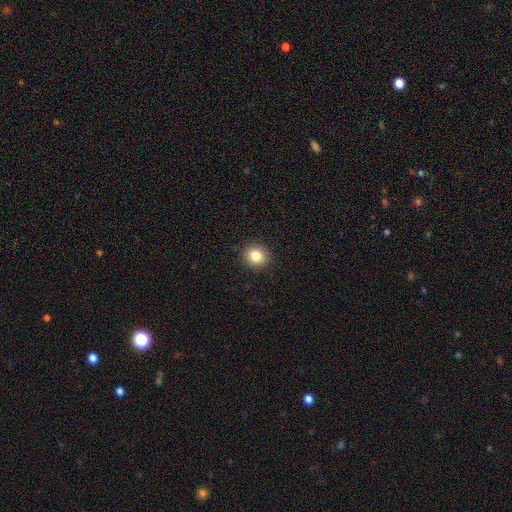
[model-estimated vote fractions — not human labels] A smooth galaxy with no disk features (84%) that is round (87%).

Vote fractions:
- Smooth or featured? smooth: 84% / star or artifact: 11% / featured or disk: 6%
- How rounded? round: 87% / in between: 12% / cigar-shaped: 1%
- Merging? none: 92% / minor disturbance: 5% / major disturbance: 2% / merger: 1%